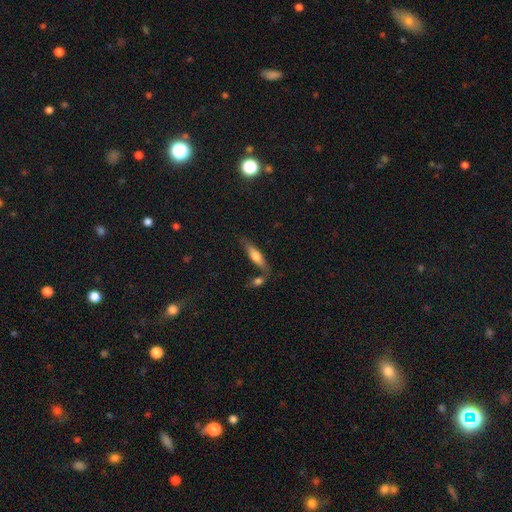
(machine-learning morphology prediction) Overall: smooth (57%; featured or disk 36%). How rounded: cigar-shaped (64%; in between 33%). Merging: none (63%).